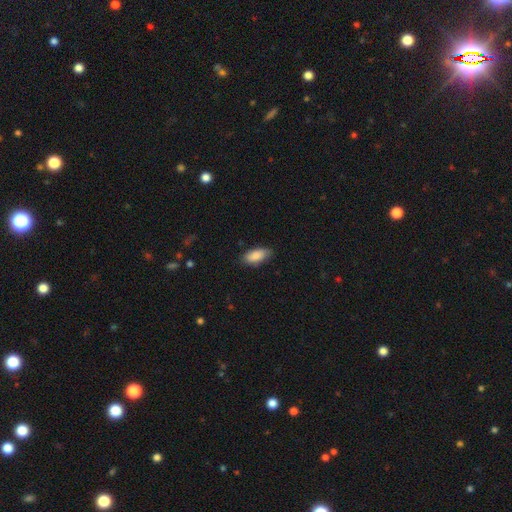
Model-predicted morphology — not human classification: This appears to be a smooth galaxy with no disk features (87%) that is in between round and cigar-shaped (90%). Merging: none (82%).